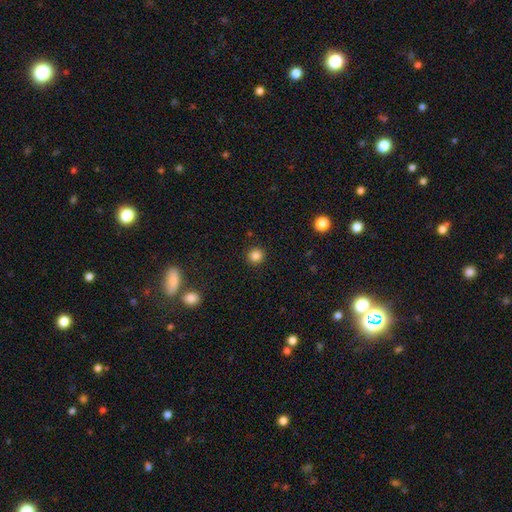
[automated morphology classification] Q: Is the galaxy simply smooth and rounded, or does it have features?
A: smooth — 84%.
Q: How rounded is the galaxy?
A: round — 94%.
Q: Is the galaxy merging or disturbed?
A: none — 91%.